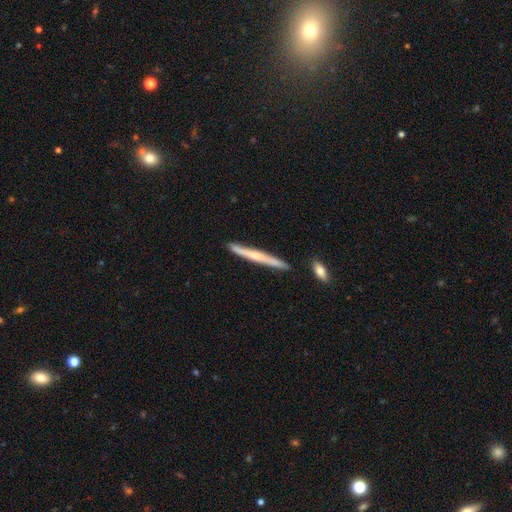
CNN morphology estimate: A featured or disk galaxy (56%) viewed edge-on (97%) with a rounded central bulge (47%).

Vote fractions:
- Smooth or featured? featured or disk: 56% / smooth: 39% / star or artifact: 6%
- Edge-on disk? yes: 97% / no: 3%
- Edge-on bulge? rounded: 47% / none: 45% / boxy: 9%
- Merging? none: 88% / minor disturbance: 8% / merger: 2% / major disturbance: 2%